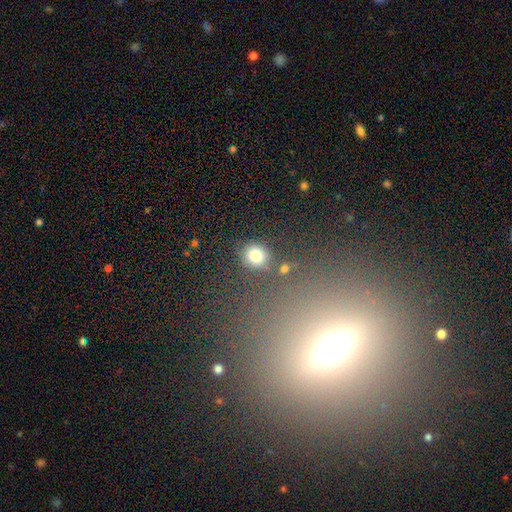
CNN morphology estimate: Overall: smooth (79%). How rounded: round (84%). Merging: none (73%).